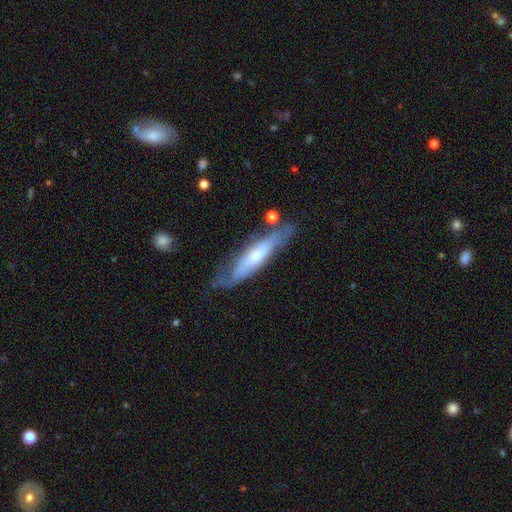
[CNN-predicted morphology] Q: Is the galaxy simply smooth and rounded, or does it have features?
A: featured or disk — 54%.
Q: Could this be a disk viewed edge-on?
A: yes — 58%.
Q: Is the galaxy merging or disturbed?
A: none — 61%.